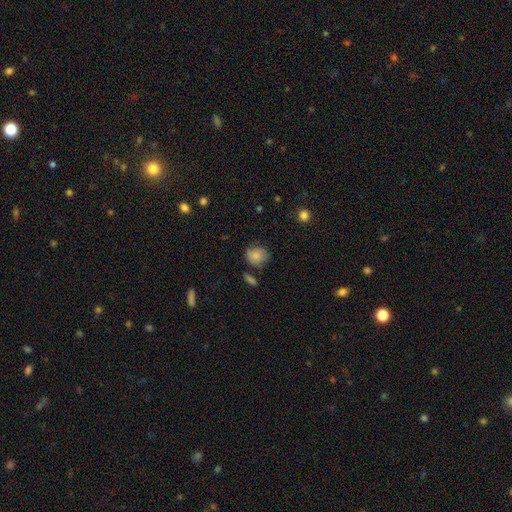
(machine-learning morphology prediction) Smooth or featured: smooth — 83% (featured or disk — 9%)
How rounded: round — 69% (in between — 30%)
Merging: none — 66% (minor disturbance — 23%)